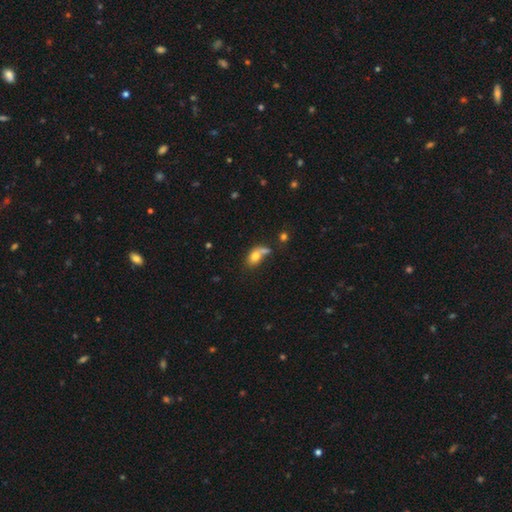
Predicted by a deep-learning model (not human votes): smooth 74%, featured or disk 16%, star or artifact 10%. Down the decision tree: how rounded — in between (75%); merging — merger (39%).